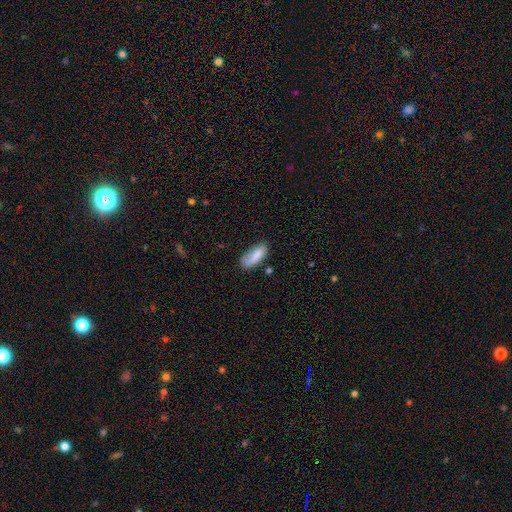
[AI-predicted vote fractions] Smooth or featured?
  - smooth: 81% *
  - featured or disk: 12%
  - star or artifact: 7%
How rounded?
  - in between: 82% *
  - cigar-shaped: 16%
  - round: 2%
Merging?
  - none: 59% *
  - minor disturbance: 28%
  - major disturbance: 9%
  - merger: 4%